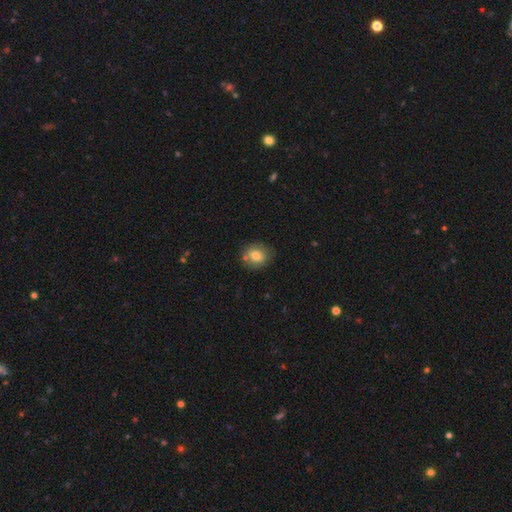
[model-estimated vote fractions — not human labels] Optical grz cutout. It shows a smooth galaxy with no disk features (76%) that is round (71%). Merging: none (74%).